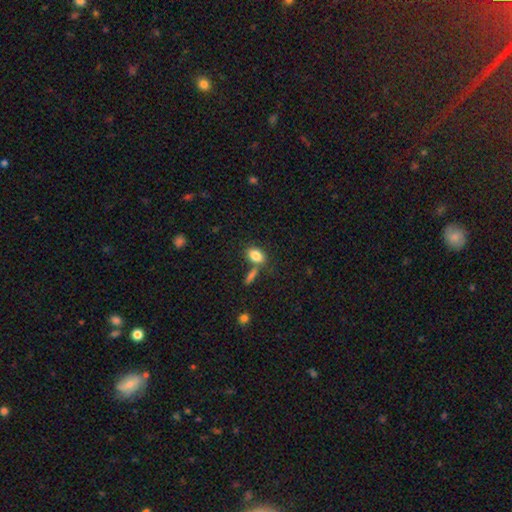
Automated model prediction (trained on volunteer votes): Morphology: type=smooth (84%); roundness=in between (86%); merging=none (61%).